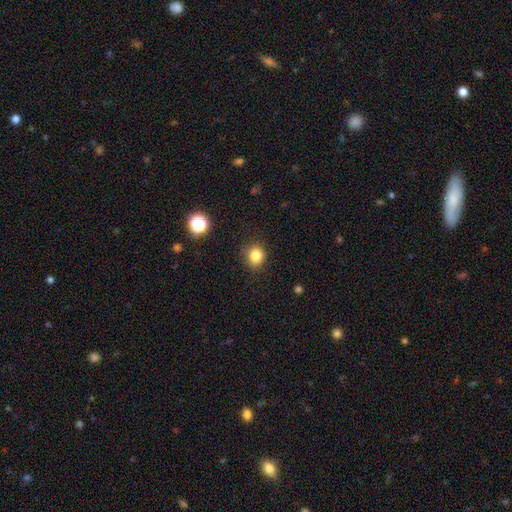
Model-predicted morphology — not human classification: Smooth or featured: smooth — 82% (star or artifact — 13%)
How rounded: round — 75% (in between — 24%)
Merging: none — 84% (minor disturbance — 12%)